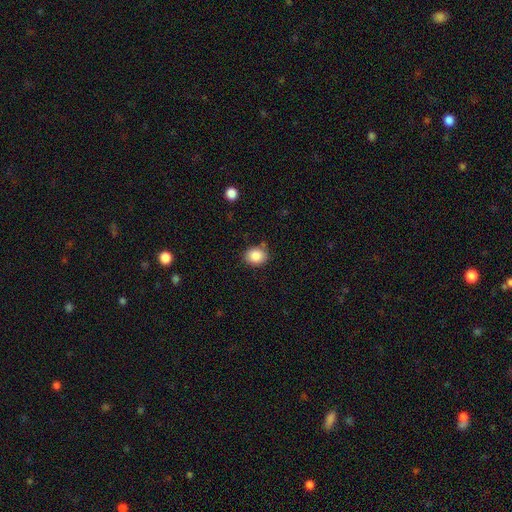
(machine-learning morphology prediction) This appears to be a smooth galaxy with no disk features (87%) that is round (57%). Merging: none (81%).